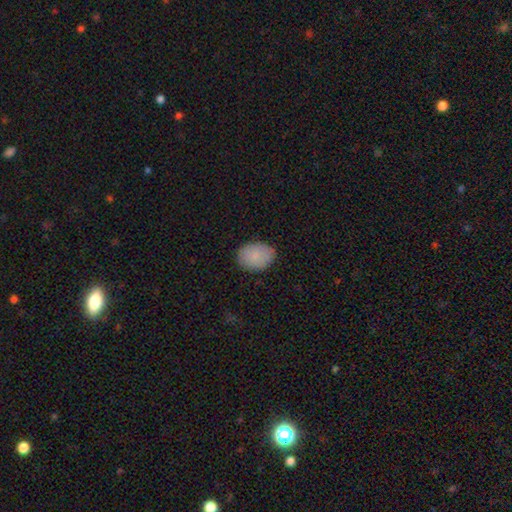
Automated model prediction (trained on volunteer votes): smooth-or-featured: smooth: 86% | star or artifact: 7% | featured or disk: 7%
  how-rounded: in between: 70% | round: 29% | cigar-shaped: 1%
  merging: none: 84% | minor disturbance: 13% | major disturbance: 2% | merger: 1%